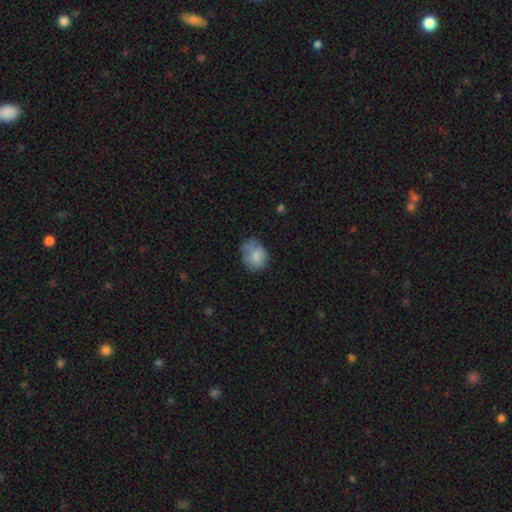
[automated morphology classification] Smooth or featured? smooth (77%)
How rounded? in between (52%)
Merging? none (50%)